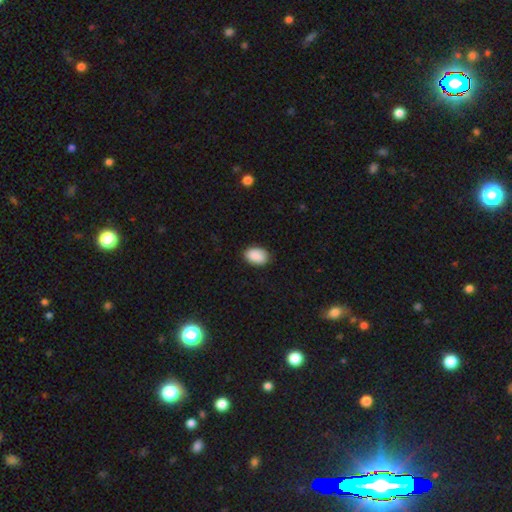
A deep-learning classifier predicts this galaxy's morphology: A smooth galaxy with no disk features (90%) that is in between round and cigar-shaped (87%).

Vote fractions:
- Smooth or featured? smooth: 90% / star or artifact: 7% / featured or disk: 3%
- How rounded? in between: 87% / round: 11% / cigar-shaped: 1%
- Merging? none: 85% / minor disturbance: 12% / major disturbance: 2% / merger: 1%